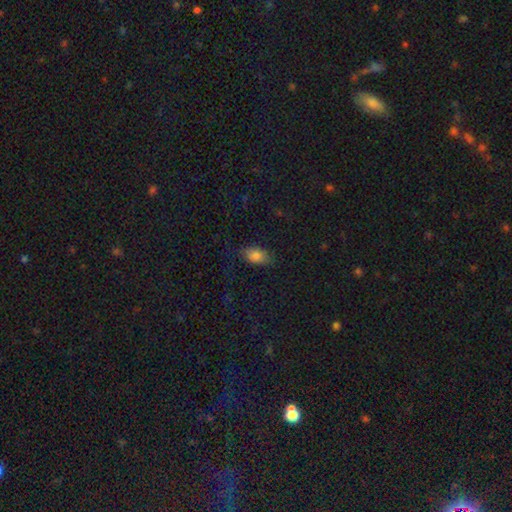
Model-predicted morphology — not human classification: Q: Smooth or featured?
A: smooth (82%); runner-up: star or artifact (11%)
Q: How rounded?
A: in between (89%); runner-up: round (9%)
Q: Merging?
A: none (74%); runner-up: minor disturbance (18%)